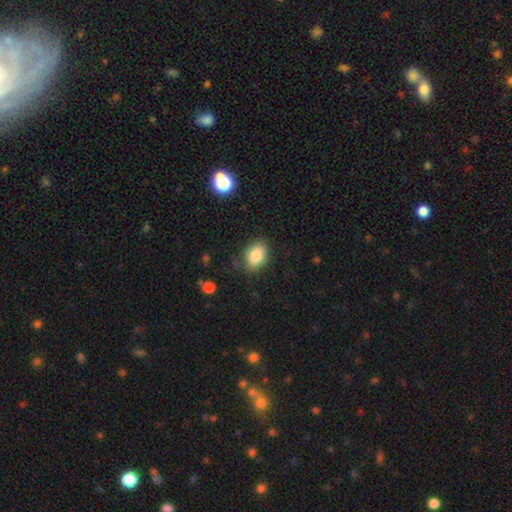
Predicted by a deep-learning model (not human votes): Smooth or featured? smooth (83%)
How rounded? in between (77%)
Merging? none (80%)